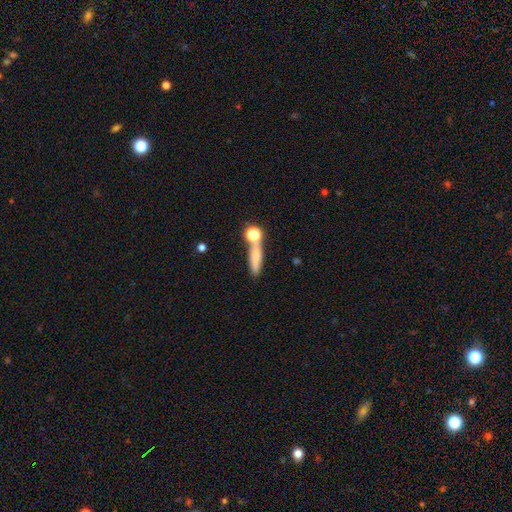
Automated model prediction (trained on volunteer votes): This is likely a smooth galaxy (71%). How rounded: likely cigar-shaped (65%). Merging: possibly none (57%).